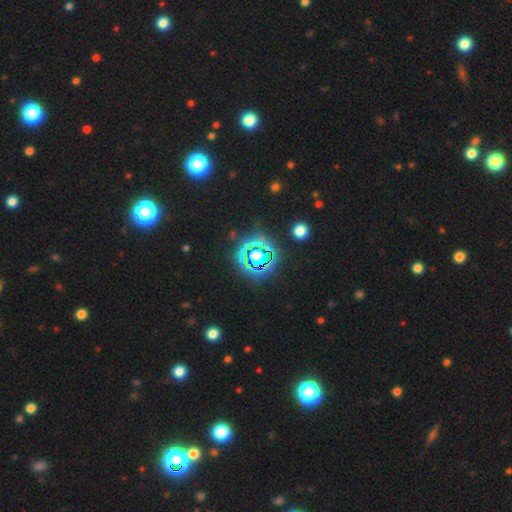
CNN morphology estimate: Smooth or featured? star or artifact (79%)